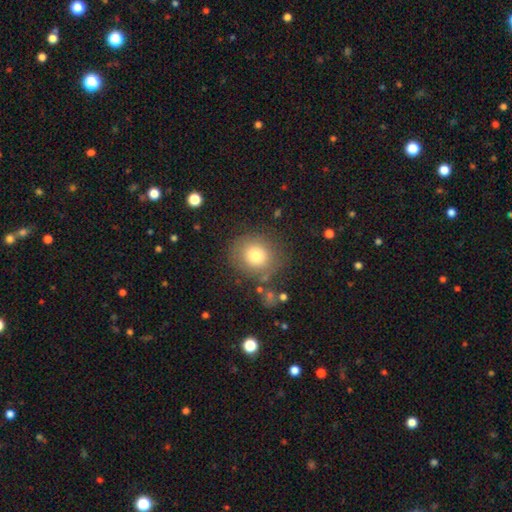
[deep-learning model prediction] Smooth or featured?
  - smooth: 76% *
  - featured or disk: 13%
  - star or artifact: 11%
How rounded?
  - round: 78% *
  - in between: 21%
  - cigar-shaped: 1%
Merging?
  - none: 78% *
  - minor disturbance: 13%
  - major disturbance: 6%
  - merger: 4%